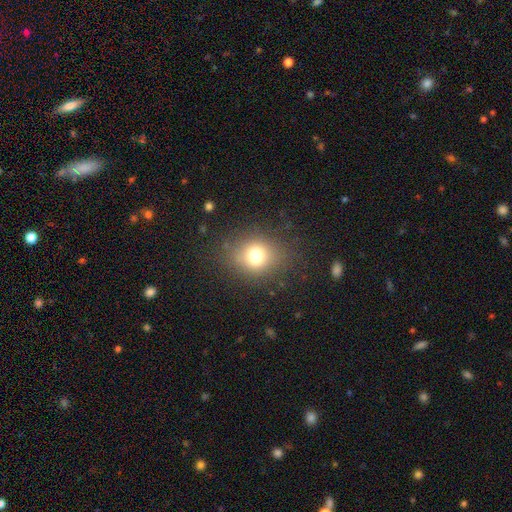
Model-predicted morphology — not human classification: smooth 73%, star or artifact 16%, featured or disk 11%. Down the decision tree: how rounded — round (69%); merging — none (82%).